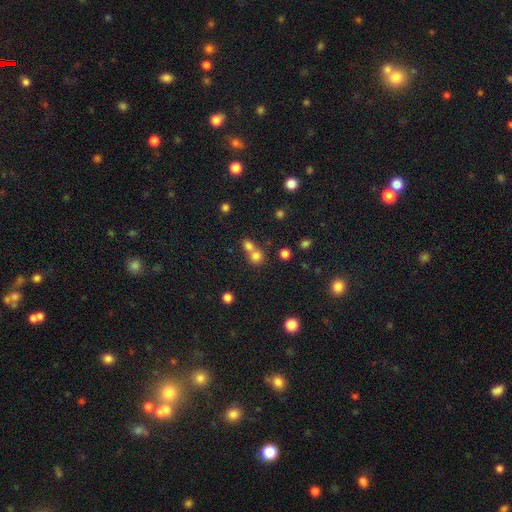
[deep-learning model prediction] Smooth or featured: smooth — 75% (star or artifact — 16%)
How rounded: round — 80% (in between — 18%)
Merging: merger — 55% (none — 37%)